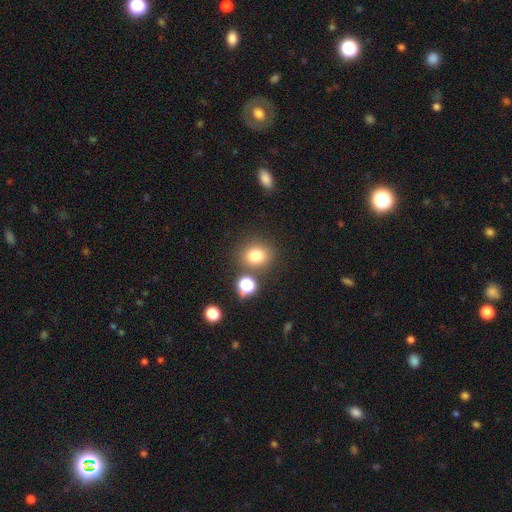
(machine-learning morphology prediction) The model was most divided on "how rounded": round: 71%, in between: 28%, cigar-shaped: 1%. More confident: smooth or featured — smooth (79%); merging — none (77%).